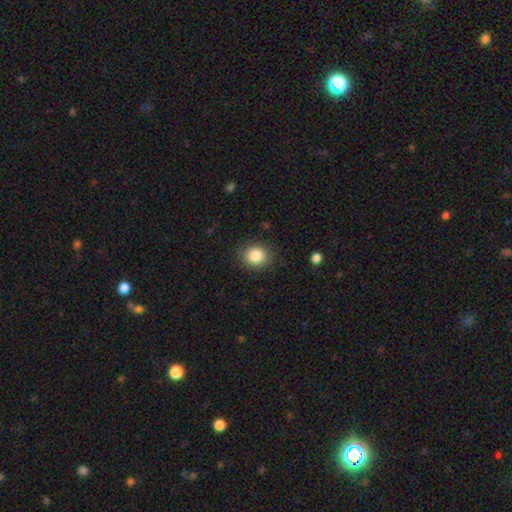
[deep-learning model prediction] Q: Smooth or featured?
A: smooth (85%); runner-up: star or artifact (10%)
Q: How rounded?
A: round (80%); runner-up: in between (19%)
Q: Merging?
A: none (88%); runner-up: minor disturbance (8%)